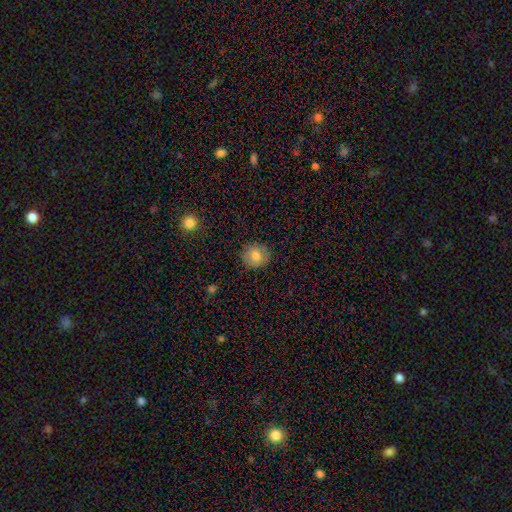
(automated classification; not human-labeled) smooth_or_featured: smooth (p=0.77) [alt: featured or disk p=0.14]
how_rounded: round (p=0.86) [alt: in between p=0.13]
merging: none (p=0.86) [alt: minor disturbance p=0.11]